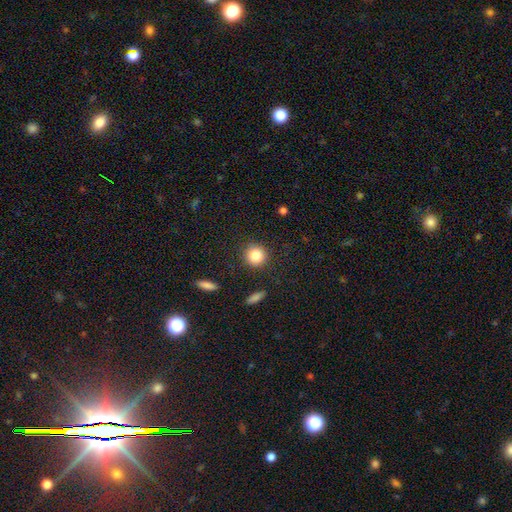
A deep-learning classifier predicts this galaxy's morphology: Smooth or featured?
  - smooth: 83% *
  - star or artifact: 10%
  - featured or disk: 7%
How rounded?
  - round: 91% *
  - in between: 8%
  - cigar-shaped: 1%
Merging?
  - none: 89% *
  - minor disturbance: 7%
  - major disturbance: 2%
  - merger: 2%